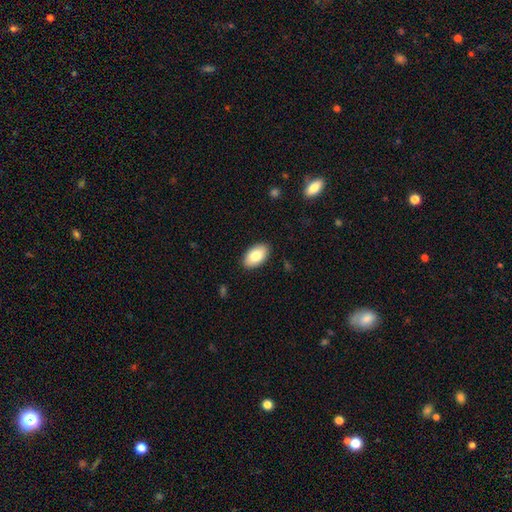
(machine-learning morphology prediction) Smooth or featured: smooth — 82% (featured or disk — 12%)
How rounded: in between — 94% (round — 5%)
Merging: none — 88% (minor disturbance — 9%)